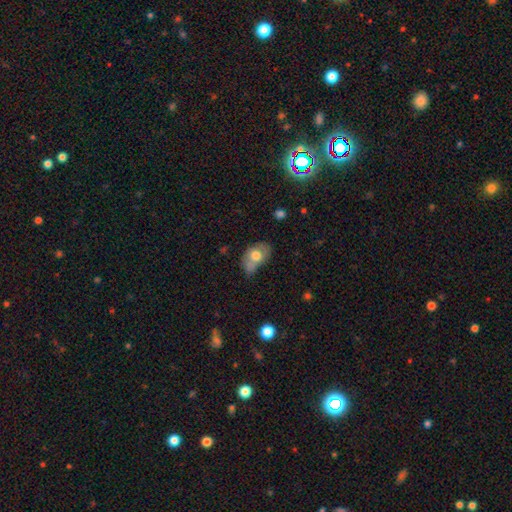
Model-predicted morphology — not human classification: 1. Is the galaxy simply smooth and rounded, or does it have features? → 65% smooth, 28% featured or disk, 8% star or artifact.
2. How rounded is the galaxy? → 80% in between, 18% round, 2% cigar-shaped.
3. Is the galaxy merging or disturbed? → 35% minor disturbance, 32% none, 18% major disturbance, 15% merger.